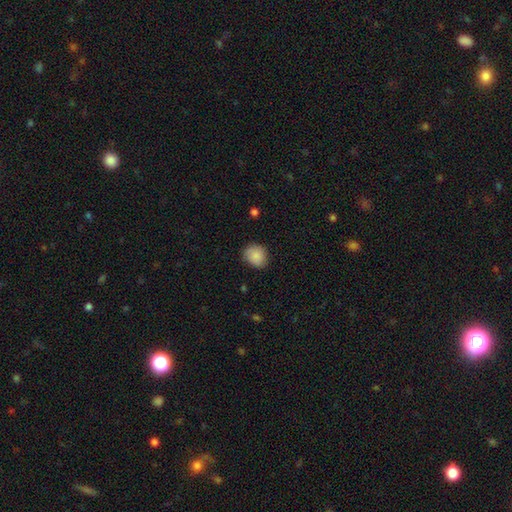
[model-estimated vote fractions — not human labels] Smooth or featured? smooth (87%)
How rounded? round (68%)
Merging? none (81%)